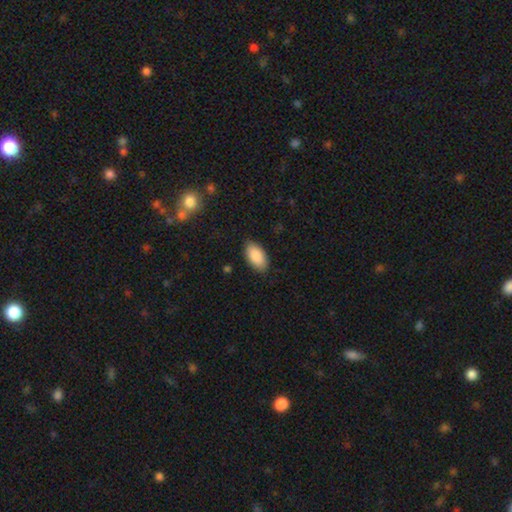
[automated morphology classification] Overall: smooth (87%). How rounded: in between (95%). Merging: none (87%).